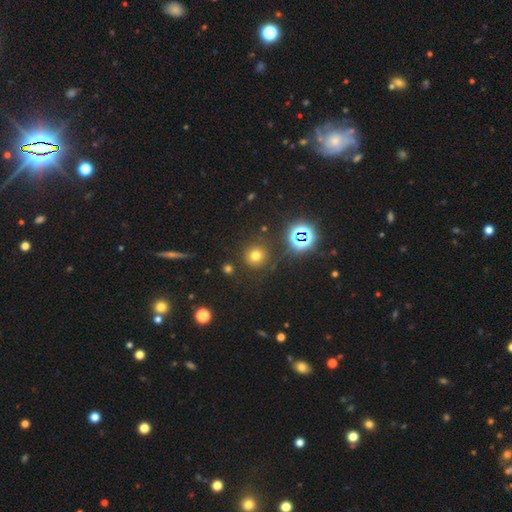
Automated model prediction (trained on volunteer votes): Overall: smooth (66%; star or artifact 26%). How rounded: round (93%). Merging: none (86%).